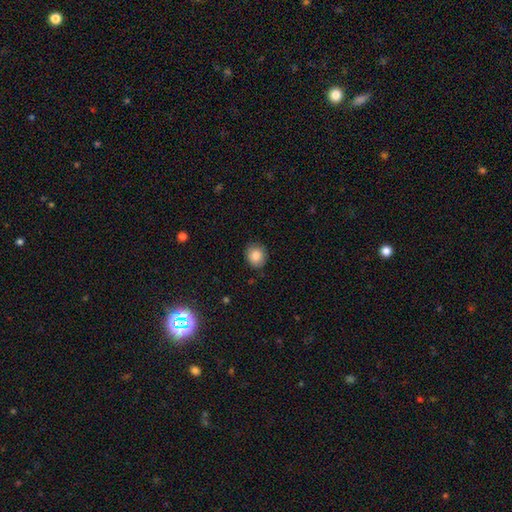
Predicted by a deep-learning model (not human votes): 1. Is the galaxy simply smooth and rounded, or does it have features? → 85% smooth, 9% star or artifact, 6% featured or disk.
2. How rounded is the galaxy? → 72% round, 27% in between, 1% cigar-shaped.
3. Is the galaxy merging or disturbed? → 83% none, 13% minor disturbance, 3% major disturbance, 1% merger.